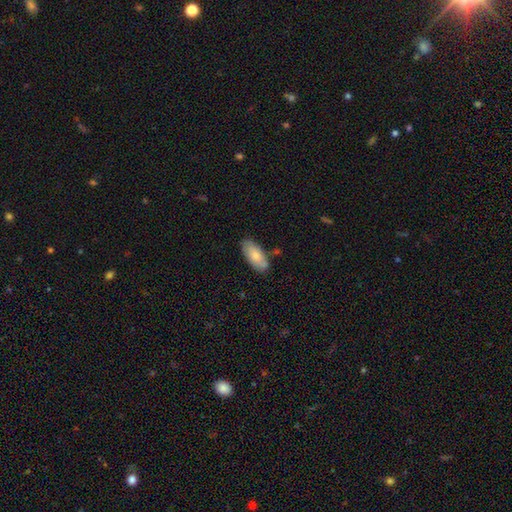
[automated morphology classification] A smooth galaxy with no disk features (77%) that is in between round and cigar-shaped (89%).

Vote fractions:
- Smooth or featured? smooth: 77% / featured or disk: 17% / star or artifact: 6%
- How rounded? in between: 89% / cigar-shaped: 9% / round: 2%
- Merging? none: 74% / minor disturbance: 18% / merger: 5% / major disturbance: 3%